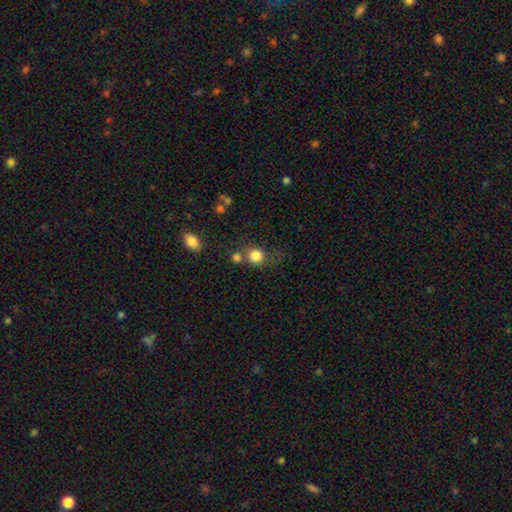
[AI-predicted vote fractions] smooth_or_featured: smooth (p=0.83) [alt: star or artifact p=0.11]
how_rounded: round (p=0.85) [alt: in between p=0.14]
merging: none (p=0.57) [alt: merger p=0.21]